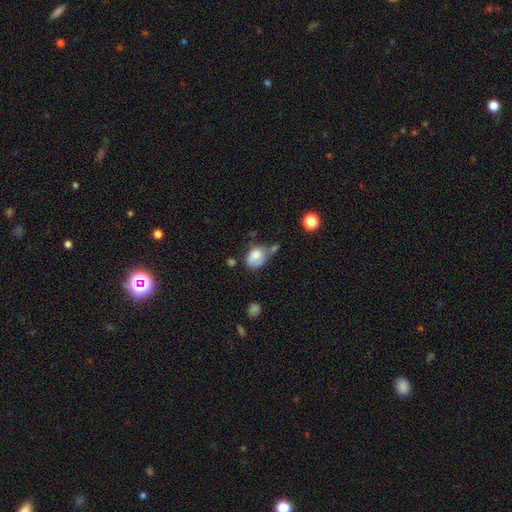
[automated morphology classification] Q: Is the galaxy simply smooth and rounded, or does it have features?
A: smooth — 70%.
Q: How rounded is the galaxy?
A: in between — 69%.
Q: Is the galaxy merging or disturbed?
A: minor disturbance — 29%.